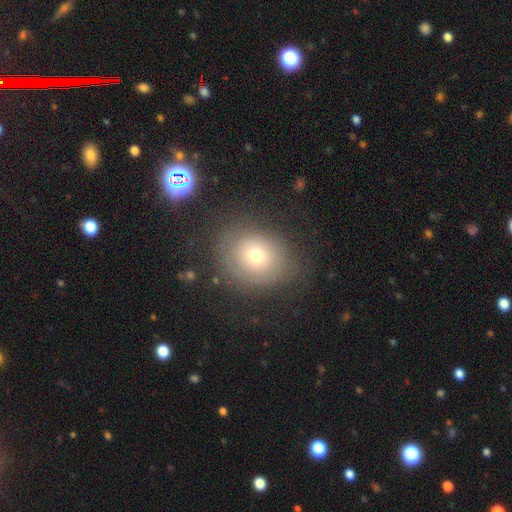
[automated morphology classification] Overall: smooth (60%; featured or disk 27%). How rounded: round (65%; in between 34%). Merging: none (69%).